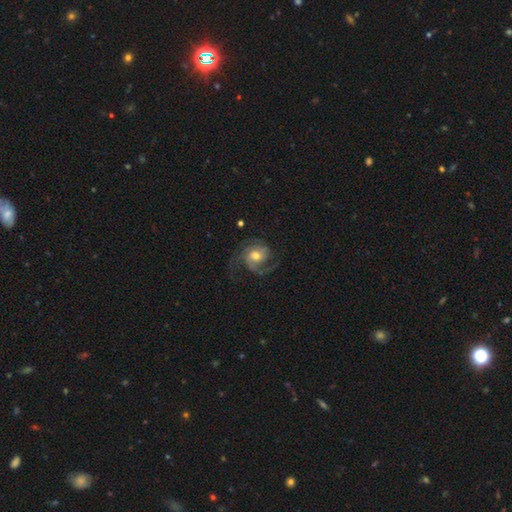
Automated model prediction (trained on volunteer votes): A featured or disk galaxy (82%) with no bar (65%), 2 (45%) medium (48%) spiral arms (96%) and a moderate central bulge (68%).

Vote fractions:
- Smooth or featured? featured or disk: 82% / smooth: 13% / star or artifact: 6%
- Edge-on disk? no: 98% / yes: 2%
- Bar? no: 65% / weak: 29% / strong: 7%
- Spiral arms? yes: 96% / no: 4%
- Spiral winding? medium: 48% / tight: 29% / loose: 23%
- Spiral arm count? 2: 45% / 3: 27% / can't tell: 11% / 1: 8% / 4: 5% / more than 4: 4%
- Bulge size? moderate: 68% / small: 20% / large: 10% / none: 2% / dominant: 1%
- Merging? none: 64% / major disturbance: 18% / minor disturbance: 17% / merger: 2%